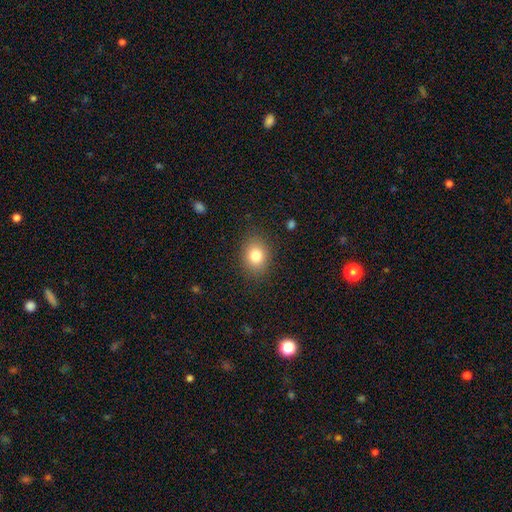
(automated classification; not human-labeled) Smooth or featured?
  - smooth: 80% *
  - star or artifact: 11%
  - featured or disk: 9%
How rounded?
  - round: 50% *
  - in between: 49%
  - cigar-shaped: 1%
Merging?
  - none: 86% *
  - minor disturbance: 9%
  - major disturbance: 3%
  - merger: 1%